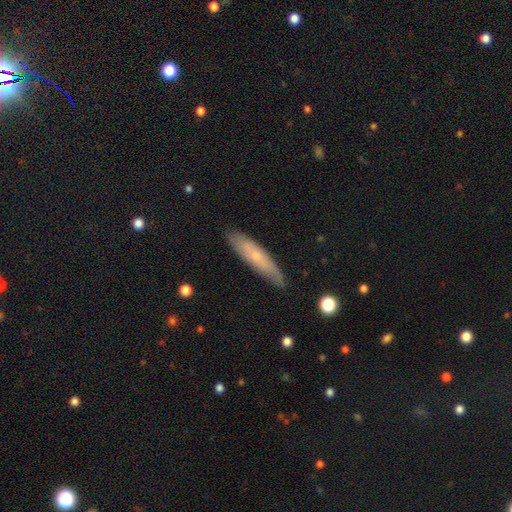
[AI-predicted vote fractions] Smooth or featured? Predicted: smooth (p=0.55). How rounded? Predicted: cigar-shaped (p=0.80). Merging? Predicted: none (p=0.82).